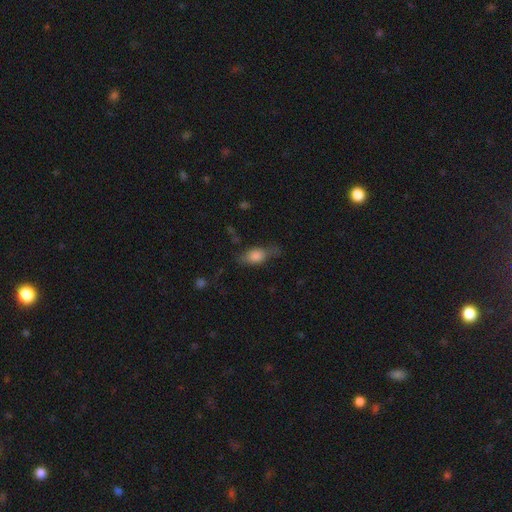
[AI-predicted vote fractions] This appears to be a smooth galaxy with no disk features (70%) that is in between round and cigar-shaped (77%). Merging: none (54%).